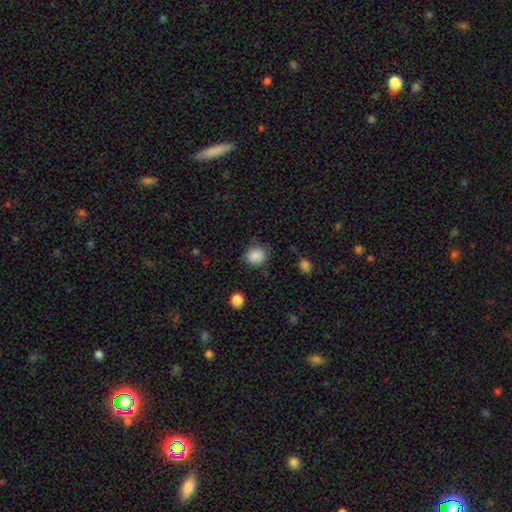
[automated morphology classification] The model was most divided on "how rounded": round: 69%, in between: 30%, cigar-shaped: 1%. More confident: smooth or featured — smooth (86%); merging — none (73%).